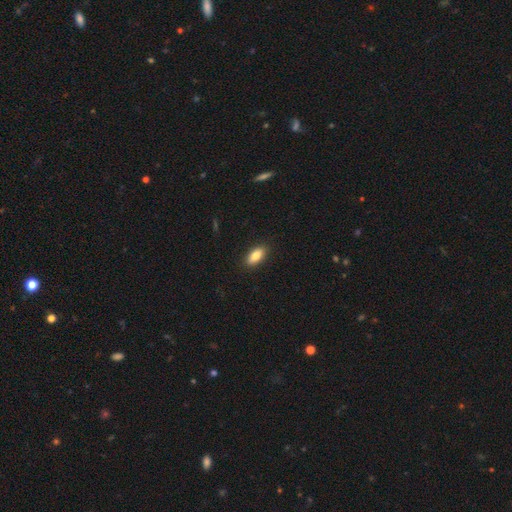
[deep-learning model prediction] smooth_or_featured: smooth (p=0.82) [alt: featured or disk p=0.11]
how_rounded: in between (p=0.86) [alt: cigar-shaped p=0.11]
merging: none (p=0.89) [alt: minor disturbance p=0.08]